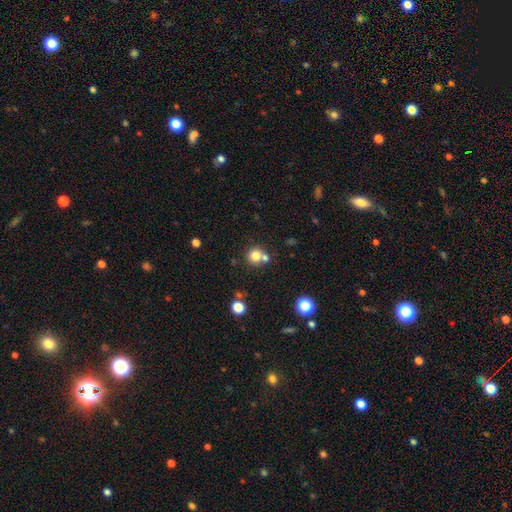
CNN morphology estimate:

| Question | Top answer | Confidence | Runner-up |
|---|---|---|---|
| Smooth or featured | smooth | 78% | star or artifact (13%) |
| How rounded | round | 90% | in between (9%) |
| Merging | none | 59% | merger (31%) |